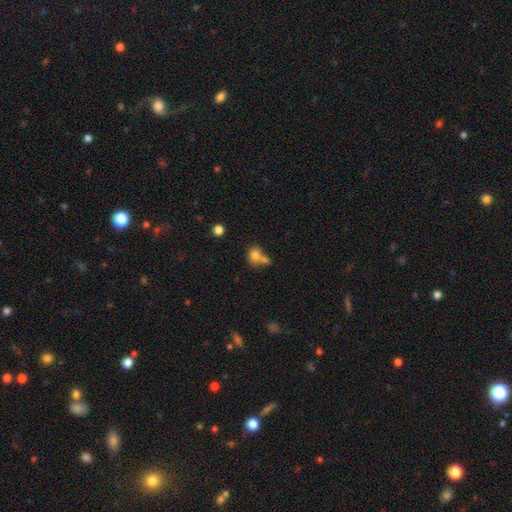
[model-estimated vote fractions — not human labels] smooth_or_featured: smooth (p=0.77) [alt: featured or disk p=0.12]
how_rounded: round (p=0.59) [alt: in between p=0.40]
merging: merger (p=0.47) [alt: none p=0.37]